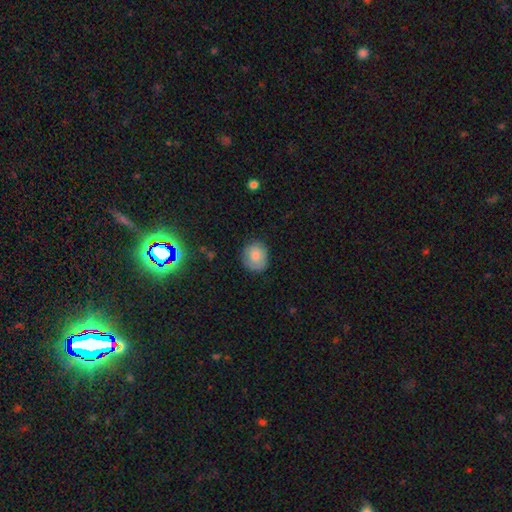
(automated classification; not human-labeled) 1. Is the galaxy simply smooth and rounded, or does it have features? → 81% smooth, 11% featured or disk, 8% star or artifact.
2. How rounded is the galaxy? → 81% round, 18% in between, 1% cigar-shaped.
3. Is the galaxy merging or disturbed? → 76% none, 19% minor disturbance, 4% major disturbance, 1% merger.